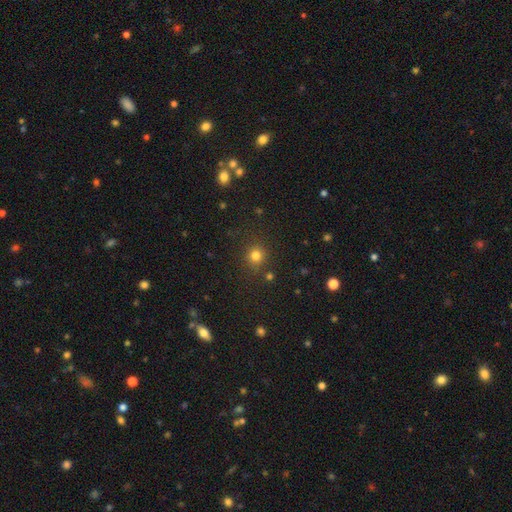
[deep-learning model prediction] Smooth or featured?
  - smooth: 79% *
  - star or artifact: 16%
  - featured or disk: 5%
How rounded?
  - round: 92% *
  - in between: 7%
  - cigar-shaped: 1%
Merging?
  - none: 86% *
  - minor disturbance: 8%
  - major disturbance: 3%
  - merger: 3%